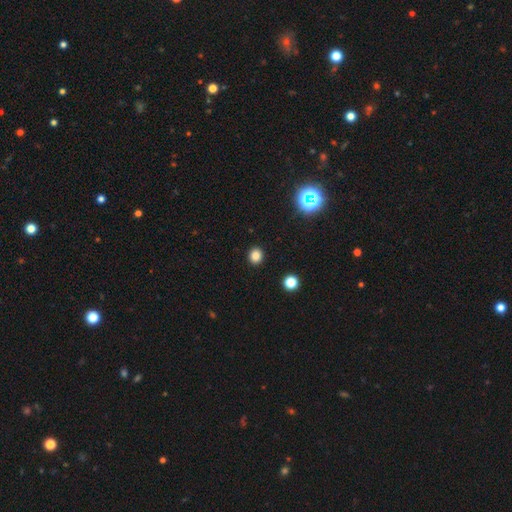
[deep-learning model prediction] The model was most divided on "how rounded": round: 78%, in between: 21%, cigar-shaped: 1%. More confident: merging — none (92%); smooth or featured — smooth (83%).